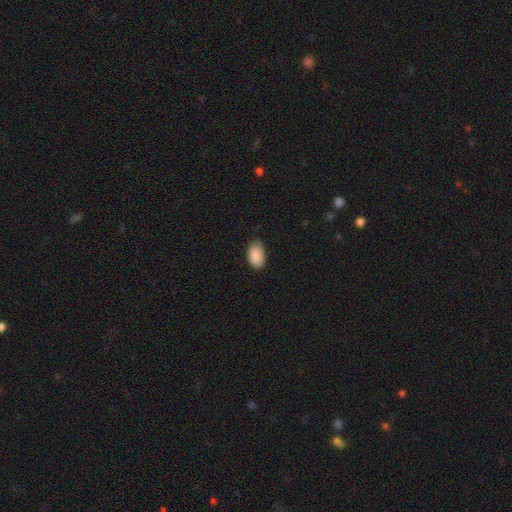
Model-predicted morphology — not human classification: type=smooth (90%); roundness=in between (93%); merging=none (75%).